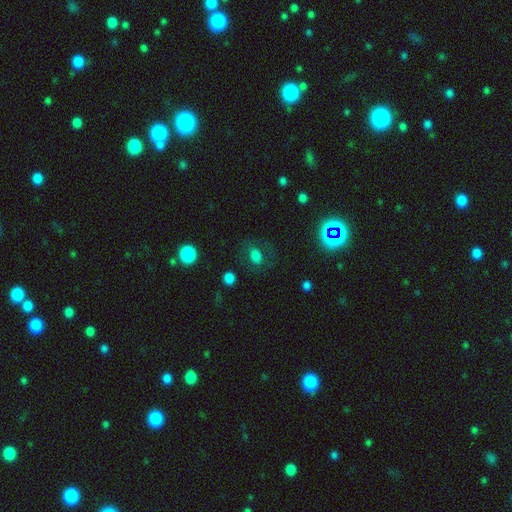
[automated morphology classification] smooth_or_featured: smooth (p=0.66) [alt: featured or disk p=0.18]
how_rounded: in between (p=0.60) [alt: round p=0.39]
merging: none (p=0.69) [alt: minor disturbance p=0.15]